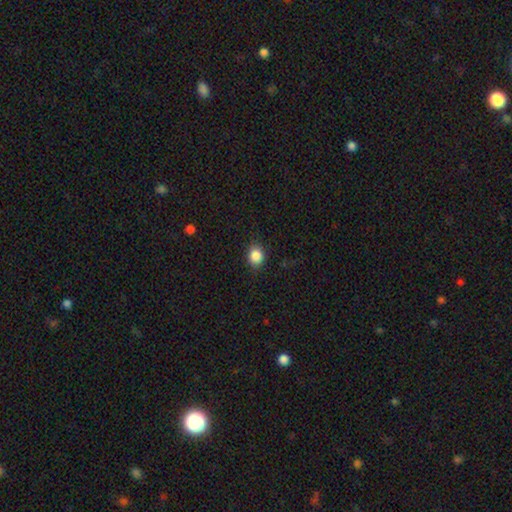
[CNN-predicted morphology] A smooth galaxy with no disk features (86%) that is round (58%). Merging: none (85%).